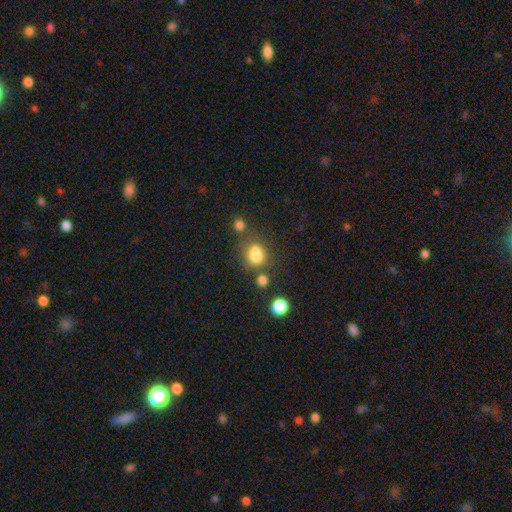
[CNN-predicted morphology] This is likely a smooth galaxy (78%). How rounded: possibly round (55%). Merging: possibly none (49%).